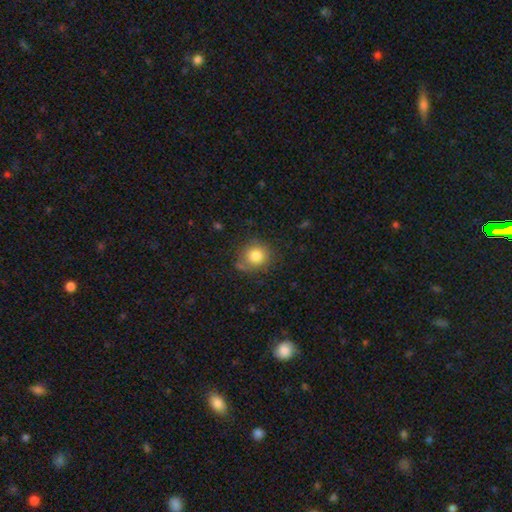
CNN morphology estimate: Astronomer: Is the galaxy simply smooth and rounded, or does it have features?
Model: smooth — 81%.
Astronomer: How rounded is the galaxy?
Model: round — 86%.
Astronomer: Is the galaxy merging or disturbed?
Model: none — 76%.